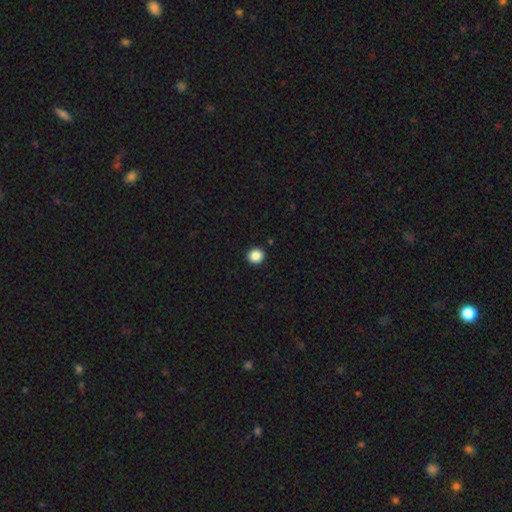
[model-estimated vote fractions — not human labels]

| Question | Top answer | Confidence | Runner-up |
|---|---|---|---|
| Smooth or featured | smooth | 87% | star or artifact (10%) |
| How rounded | round | 93% | in between (6%) |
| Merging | none | 93% | minor disturbance (4%) |